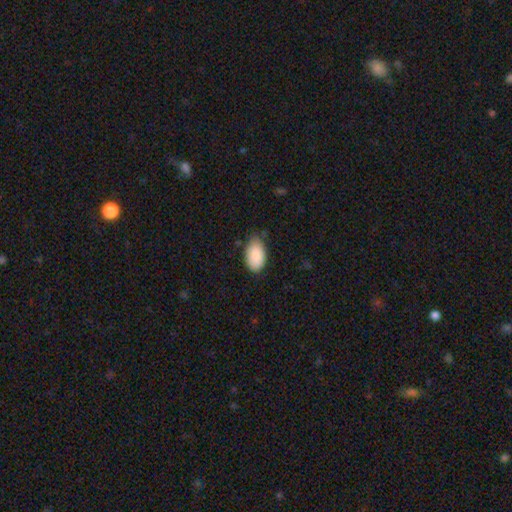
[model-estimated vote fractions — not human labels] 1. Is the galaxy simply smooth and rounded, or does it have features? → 89% smooth, 6% star or artifact, 5% featured or disk.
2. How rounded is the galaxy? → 95% in between, 4% round, 1% cigar-shaped.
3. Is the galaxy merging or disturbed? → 68% none, 27% minor disturbance, 4% major disturbance, 1% merger.